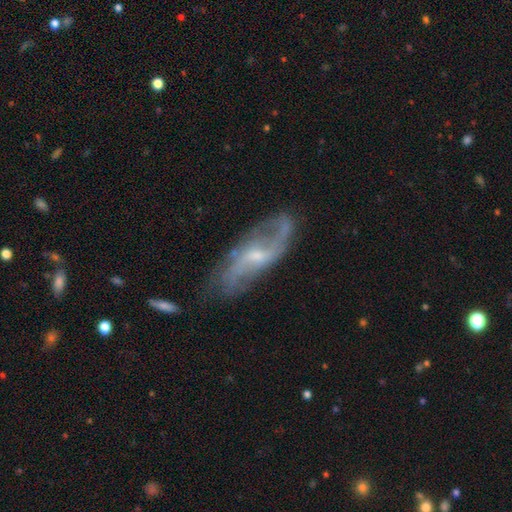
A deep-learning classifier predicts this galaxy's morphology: The model was most divided on "bar": weak: 48%, no: 41%, strong: 12%. More confident: spiral arms — yes (89%); edge-on disk — no (87%); smooth or featured — featured or disk (78%); spiral arm count — 2 (69%); merging — none (64%); spiral winding — loose (59%); bulge size — small (58%).